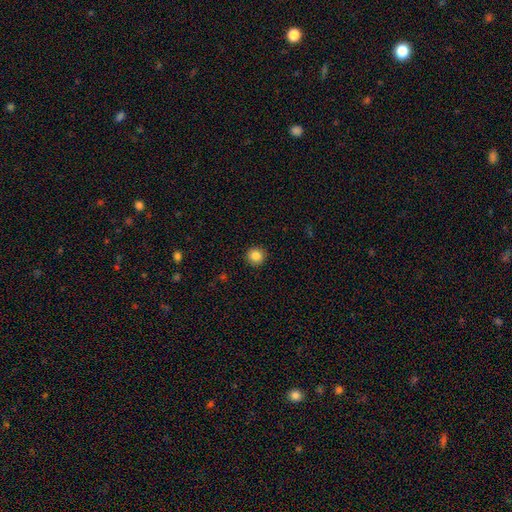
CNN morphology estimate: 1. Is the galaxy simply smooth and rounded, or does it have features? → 85% smooth, 10% star or artifact, 5% featured or disk.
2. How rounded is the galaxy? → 95% round, 4% in between, 1% cigar-shaped.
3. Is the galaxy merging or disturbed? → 93% none, 5% minor disturbance, 2% major disturbance, 1% merger.